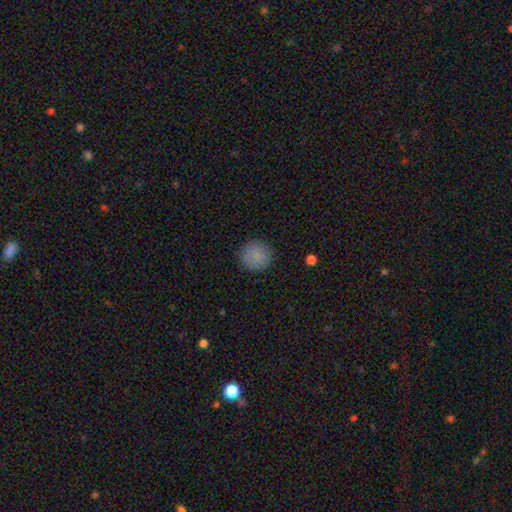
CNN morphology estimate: type=smooth (86%); roundness=round (94%); merging=none (89%).